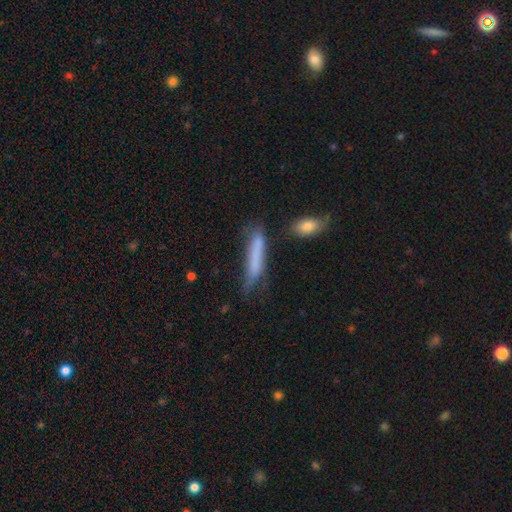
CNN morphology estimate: This appears to be a smooth galaxy with no disk features (70%) that is cigar-shaped (86%). Merging: none (52%).